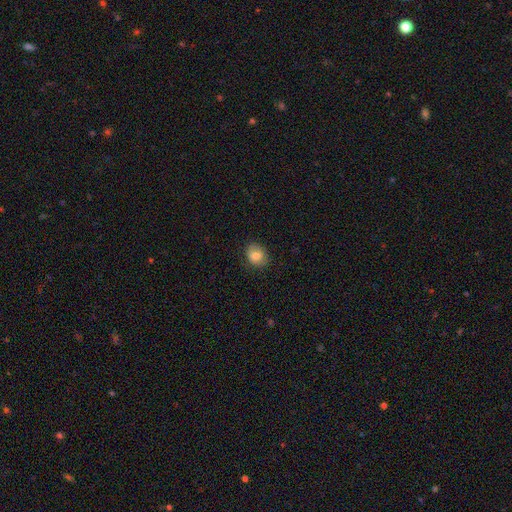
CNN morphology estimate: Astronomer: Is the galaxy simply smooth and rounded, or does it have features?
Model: smooth — 79%.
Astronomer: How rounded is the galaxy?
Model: round — 53% (runner-up: in between, 46%).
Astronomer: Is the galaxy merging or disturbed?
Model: none — 79%.